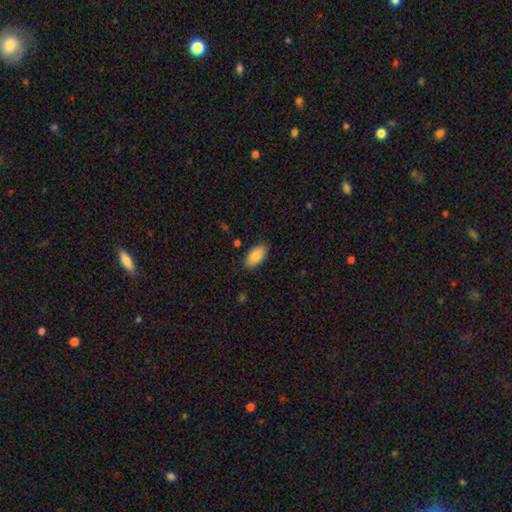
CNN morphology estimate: A smooth galaxy with no disk features (84%) that is in between round and cigar-shaped (94%). Merging: none (86%).